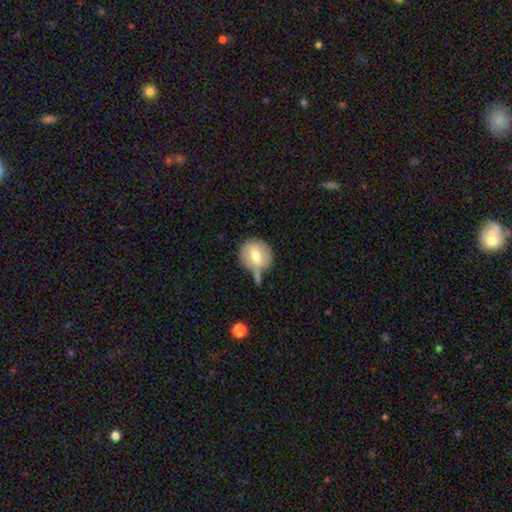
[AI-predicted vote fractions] Q: Smooth or featured?
A: smooth (69%); runner-up: featured or disk (24%)
Q: How rounded?
A: round (86%); runner-up: in between (13%)
Q: Merging?
A: none (52%); runner-up: minor disturbance (21%)